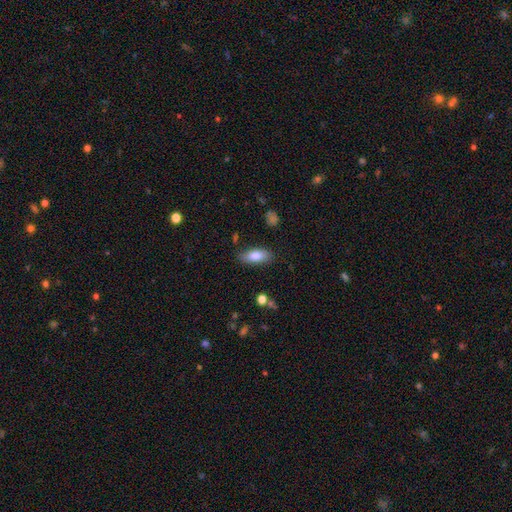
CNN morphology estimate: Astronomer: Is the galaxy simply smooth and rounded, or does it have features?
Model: smooth — 84%.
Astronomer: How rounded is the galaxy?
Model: in between — 82%.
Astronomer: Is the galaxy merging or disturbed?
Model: none — 80%.